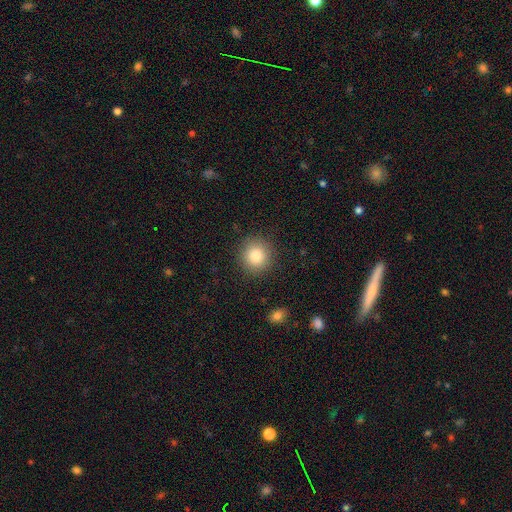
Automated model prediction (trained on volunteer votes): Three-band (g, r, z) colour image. It shows a smooth galaxy with no disk features (81%) that is round (92%). Merging: none (90%).